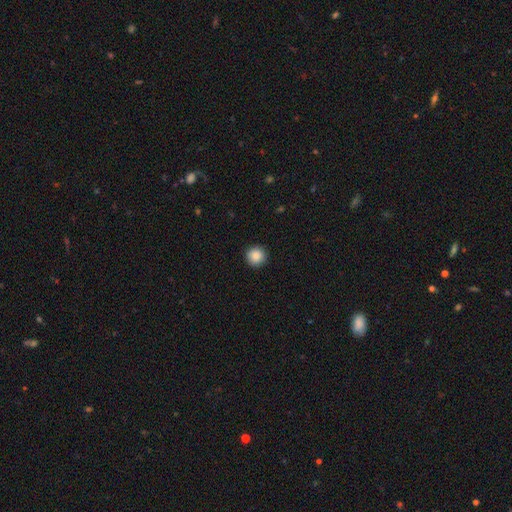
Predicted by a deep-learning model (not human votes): Overall: smooth (88%). How rounded: round (95%). Merging: none (93%).